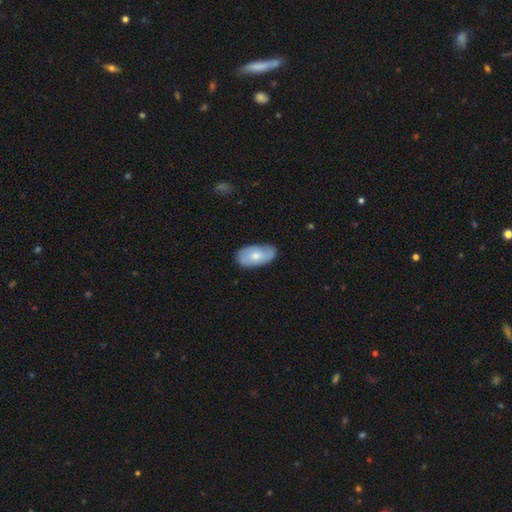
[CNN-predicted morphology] A smooth galaxy with no disk features (59%) that is in between round and cigar-shaped (94%). Merging: none (77%).